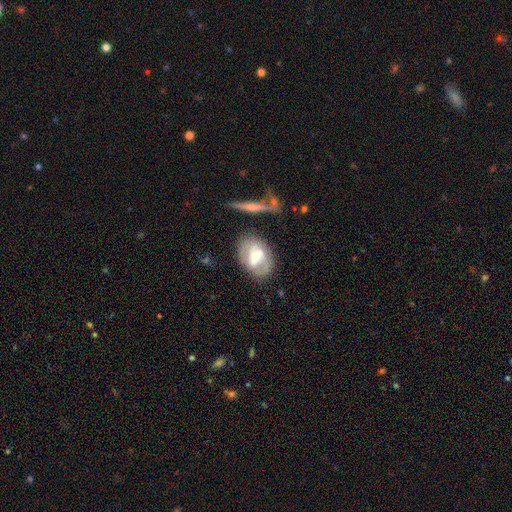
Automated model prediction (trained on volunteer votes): Overall: featured or disk (57%; smooth 36%). Edge-on disk: no (91%). Bar: weak (39%; no 35%). Spiral arms: yes (56%; no 44%). Bulge size: moderate (56%; small 37%). Merging: none (67%).